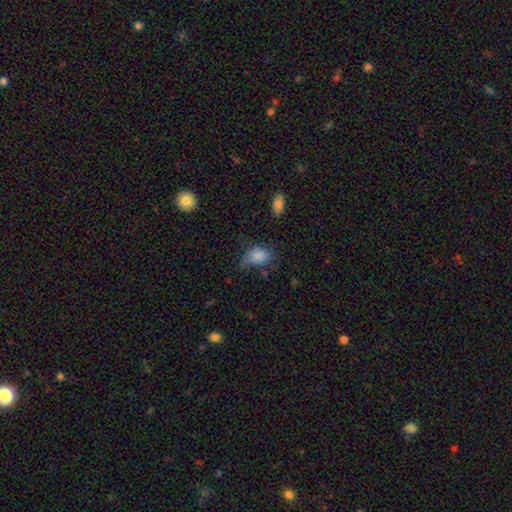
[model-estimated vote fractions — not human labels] Smooth or featured?
  - smooth: 83% *
  - star or artifact: 10%
  - featured or disk: 7%
How rounded?
  - in between: 78% *
  - round: 20%
  - cigar-shaped: 2%
Merging?
  - none: 46% *
  - minor disturbance: 37%
  - major disturbance: 14%
  - merger: 3%